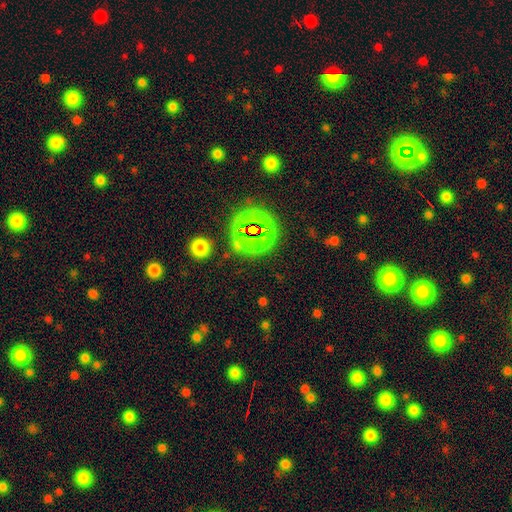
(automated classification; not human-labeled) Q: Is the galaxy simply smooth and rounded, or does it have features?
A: star or artifact — 72%.